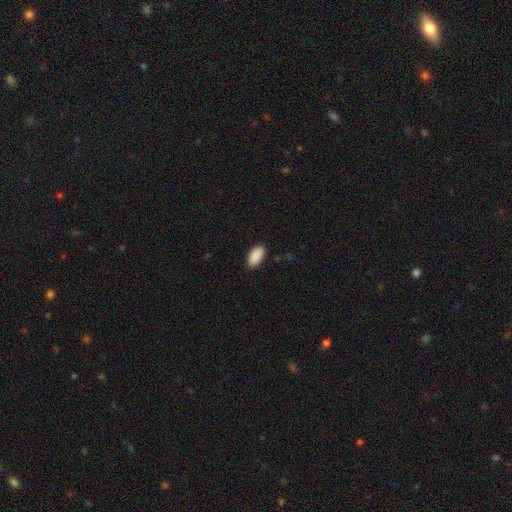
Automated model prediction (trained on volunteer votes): Morphology: type=smooth (91%); roundness=in between (95%); merging=none (88%).